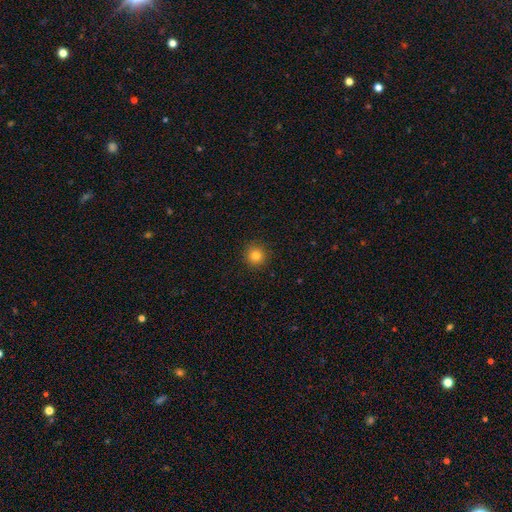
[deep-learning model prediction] Smooth or featured? smooth (82%)
How rounded? round (95%)
Merging? none (92%)